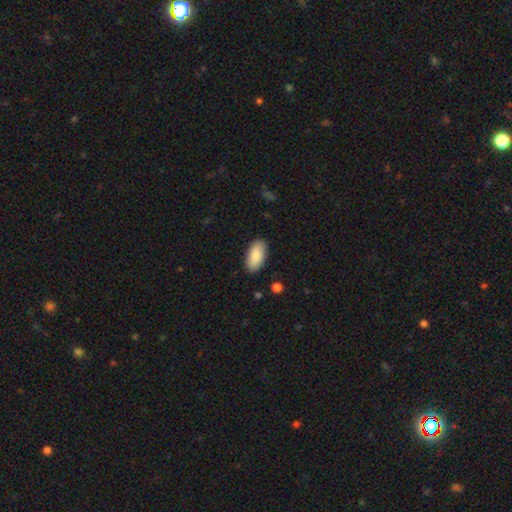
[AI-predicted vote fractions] Overall: smooth (89%). How rounded: in between (94%). Merging: none (87%).